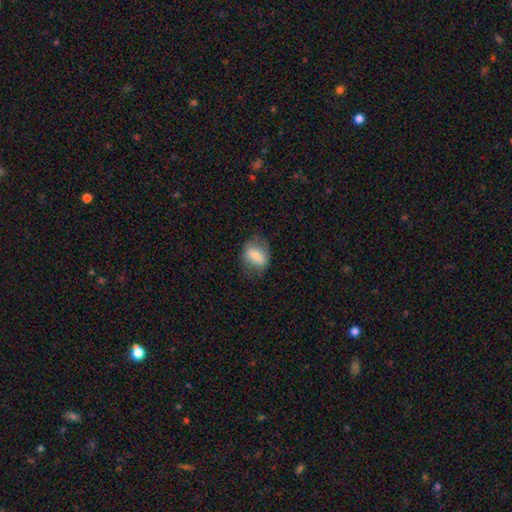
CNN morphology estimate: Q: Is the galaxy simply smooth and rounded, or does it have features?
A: smooth — 58%.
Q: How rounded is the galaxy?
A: in between — 63%.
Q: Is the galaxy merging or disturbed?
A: none — 69%.